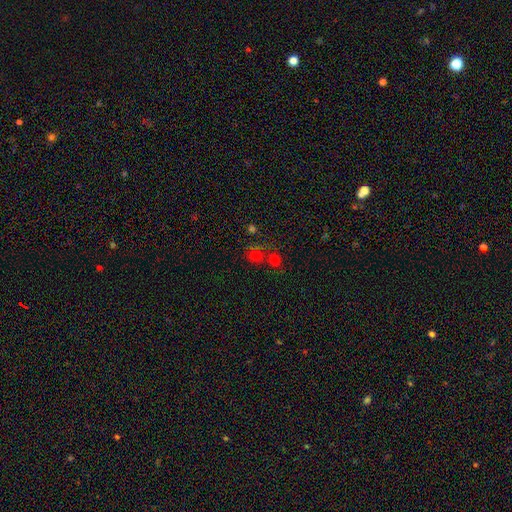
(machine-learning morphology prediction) Q: Smooth or featured?
A: smooth (54%); runner-up: star or artifact (34%)
Q: How rounded?
A: round (78%); runner-up: in between (21%)
Q: Merging?
A: none (44%); runner-up: merger (40%)